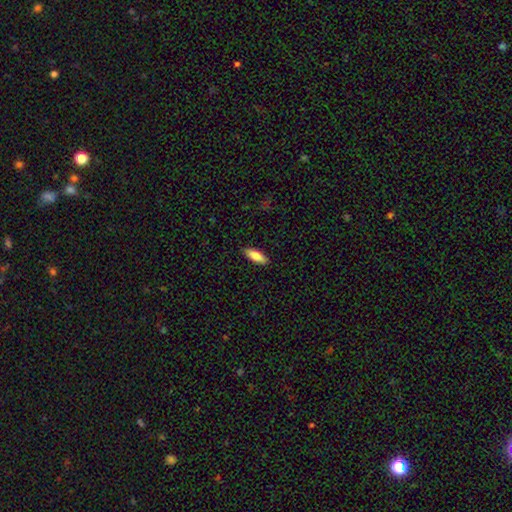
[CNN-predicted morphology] smooth_or_featured: smooth (p=0.80) [alt: featured or disk p=0.15]
how_rounded: in between (p=0.68) [alt: cigar-shaped p=0.30]
merging: none (p=0.90) [alt: minor disturbance p=0.08]